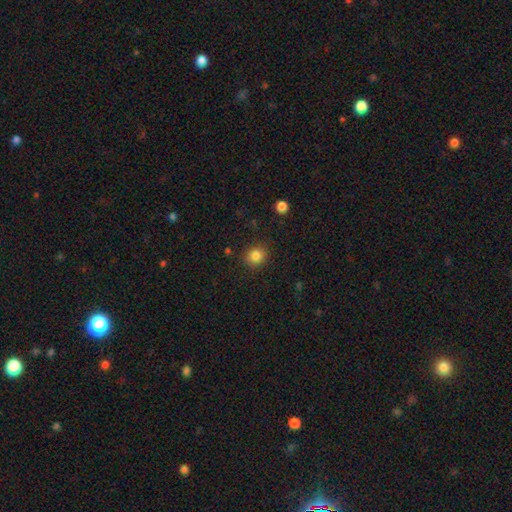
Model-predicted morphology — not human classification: smooth-or-featured: smooth: 84% | star or artifact: 11% | featured or disk: 5%
  how-rounded: round: 79% | in between: 20% | cigar-shaped: 1%
  merging: none: 87% | minor disturbance: 9% | major disturbance: 3% | merger: 1%